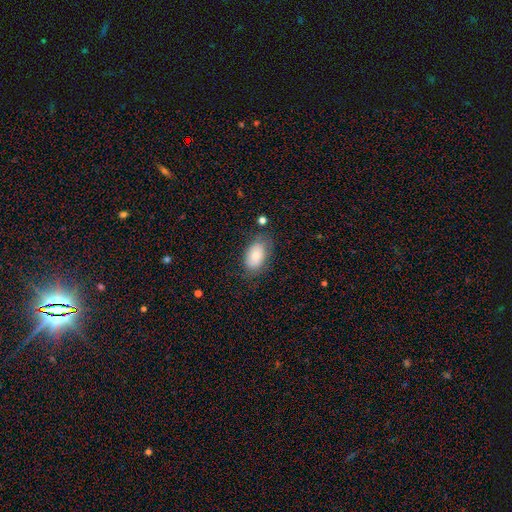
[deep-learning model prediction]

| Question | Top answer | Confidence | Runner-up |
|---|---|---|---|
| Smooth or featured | smooth | 77% | featured or disk (15%) |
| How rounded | in between | 91% | round (7%) |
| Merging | none | 70% | minor disturbance (21%) |